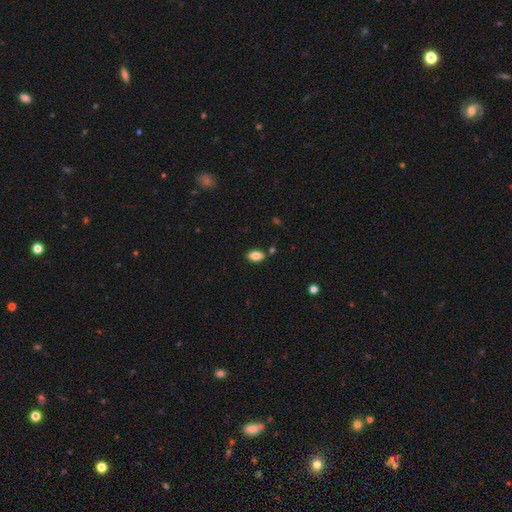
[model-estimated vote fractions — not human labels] Smooth or featured: smooth — 82% (featured or disk — 9%)
How rounded: in between — 89% (round — 7%)
Merging: none — 81% (minor disturbance — 12%)